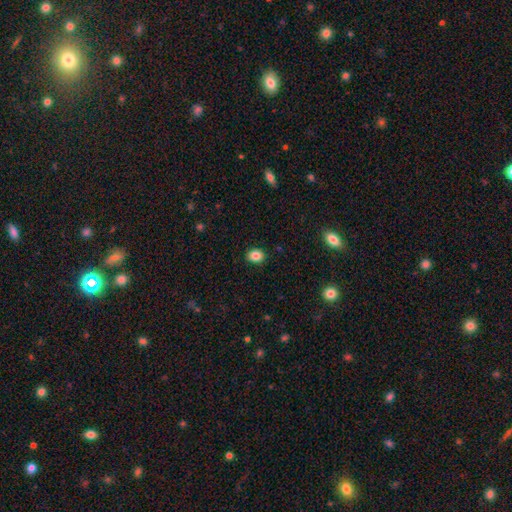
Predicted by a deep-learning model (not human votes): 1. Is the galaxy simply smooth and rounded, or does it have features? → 85% smooth, 10% star or artifact, 5% featured or disk.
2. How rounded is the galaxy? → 50% round, 49% in between, 1% cigar-shaped.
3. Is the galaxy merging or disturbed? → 90% none, 7% minor disturbance, 2% major disturbance, 1% merger.